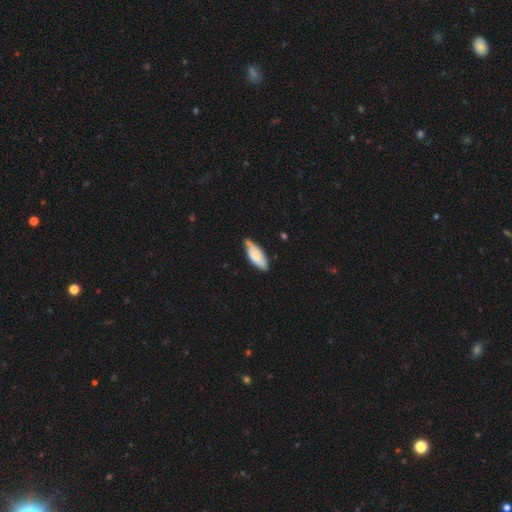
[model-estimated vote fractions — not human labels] This is likely a smooth galaxy (74%). How rounded: likely in between (78%). Merging: possibly none (59%).